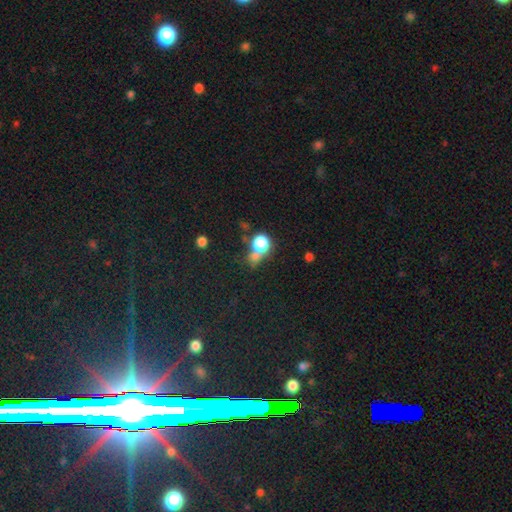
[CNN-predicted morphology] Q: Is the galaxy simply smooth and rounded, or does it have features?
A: smooth — 74%.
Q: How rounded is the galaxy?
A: round — 79%.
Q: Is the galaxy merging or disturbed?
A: merger — 43%.